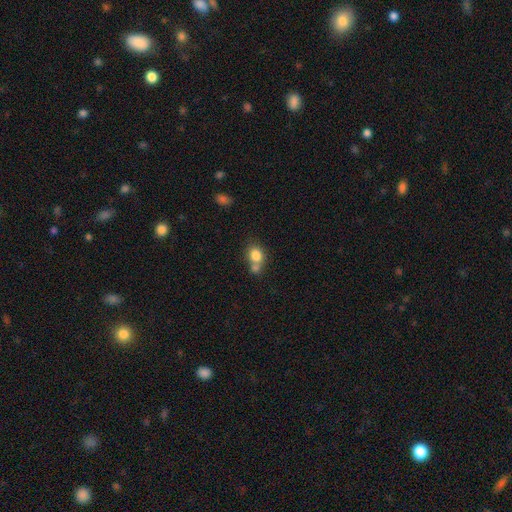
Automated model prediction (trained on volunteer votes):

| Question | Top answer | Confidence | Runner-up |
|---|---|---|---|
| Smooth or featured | smooth | 80% | featured or disk (10%) |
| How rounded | round | 58% | in between (41%) |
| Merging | merger | 47% | none (39%) |